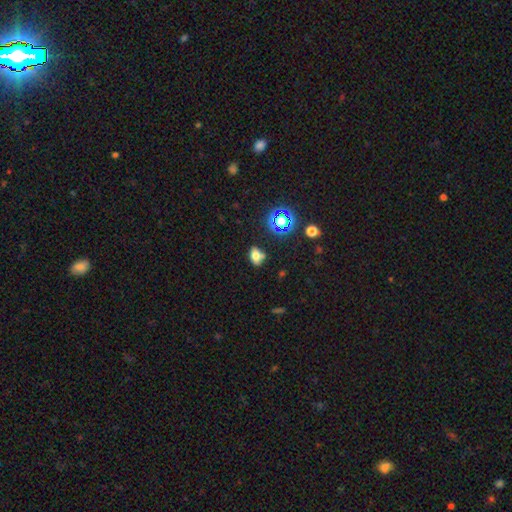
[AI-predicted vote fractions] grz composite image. It shows a smooth galaxy with no disk features (70%) that is in between round and cigar-shaped (77%). Merging: none (64%).